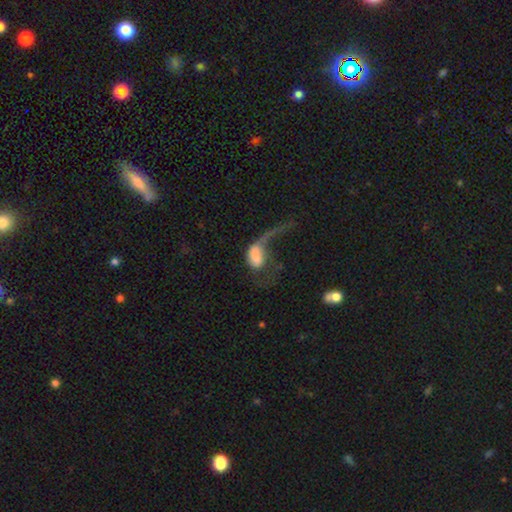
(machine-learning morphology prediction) This appears to be a smooth galaxy with no disk features (53%) that is in between round and cigar-shaped (82%). Merging: major disturbance (66%).